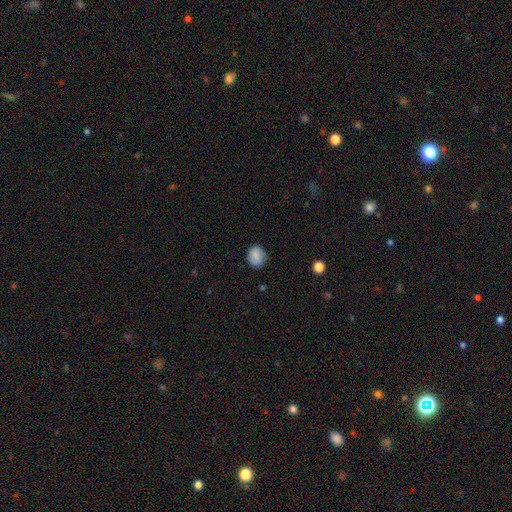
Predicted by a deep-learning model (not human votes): Smooth or featured?
  - smooth: 82% *
  - featured or disk: 10%
  - star or artifact: 8%
How rounded?
  - round: 69% *
  - in between: 30%
  - cigar-shaped: 1%
Merging?
  - none: 80% *
  - minor disturbance: 15%
  - major disturbance: 4%
  - merger: 1%